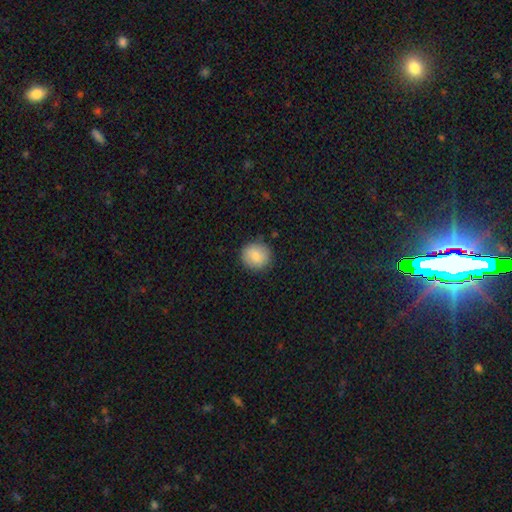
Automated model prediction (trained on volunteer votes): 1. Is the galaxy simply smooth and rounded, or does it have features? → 85% smooth, 8% featured or disk, 7% star or artifact.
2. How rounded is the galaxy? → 89% round, 10% in between, 1% cigar-shaped.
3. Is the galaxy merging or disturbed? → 87% none, 9% minor disturbance, 2% major disturbance, 1% merger.